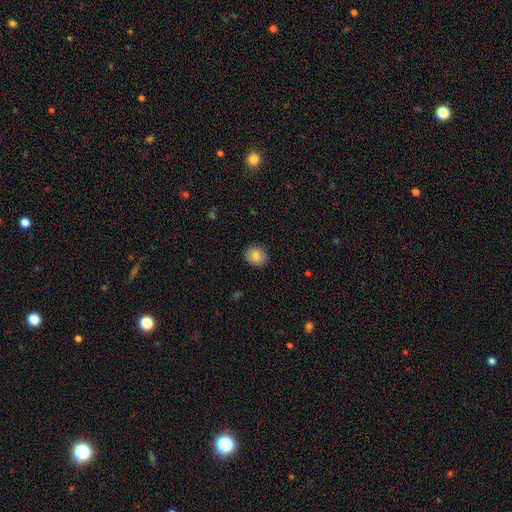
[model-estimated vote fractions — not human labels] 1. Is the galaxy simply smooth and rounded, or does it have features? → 83% smooth, 9% featured or disk, 8% star or artifact.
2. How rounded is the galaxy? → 79% round, 20% in between, 1% cigar-shaped.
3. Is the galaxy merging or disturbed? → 89% none, 8% minor disturbance, 2% major disturbance, 1% merger.